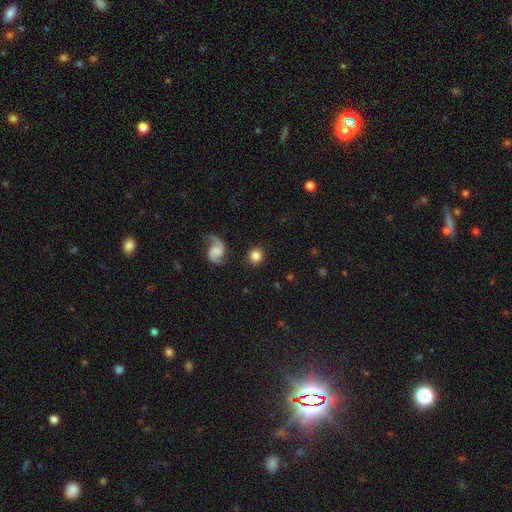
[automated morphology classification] Overall: smooth (71%). How rounded: round (88%). Merging: none (85%).